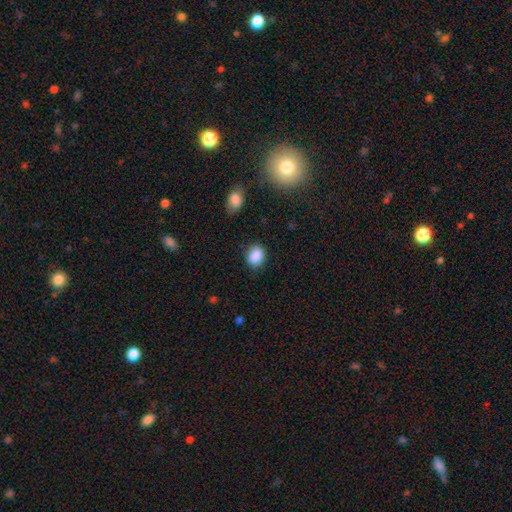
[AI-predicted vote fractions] Smooth or featured?
  - smooth: 87% *
  - star or artifact: 9%
  - featured or disk: 5%
How rounded?
  - in between: 50% *
  - round: 49%
  - cigar-shaped: 1%
Merging?
  - none: 83% *
  - minor disturbance: 12%
  - major disturbance: 3%
  - merger: 2%